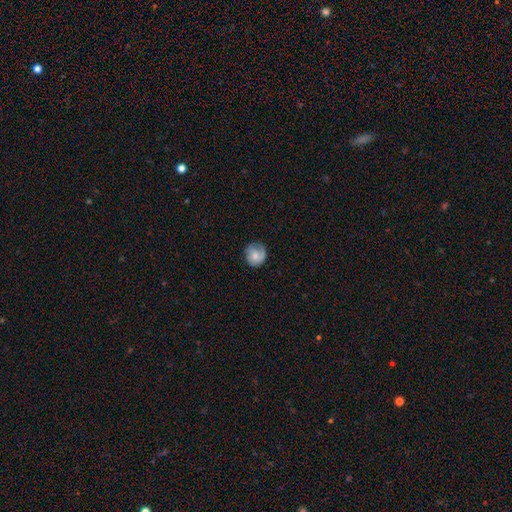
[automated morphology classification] Smooth or featured?
  - smooth: 60% *
  - featured or disk: 32%
  - star or artifact: 7%
How rounded?
  - round: 84% *
  - in between: 15%
  - cigar-shaped: 1%
Merging?
  - none: 67% *
  - minor disturbance: 24%
  - major disturbance: 8%
  - merger: 1%